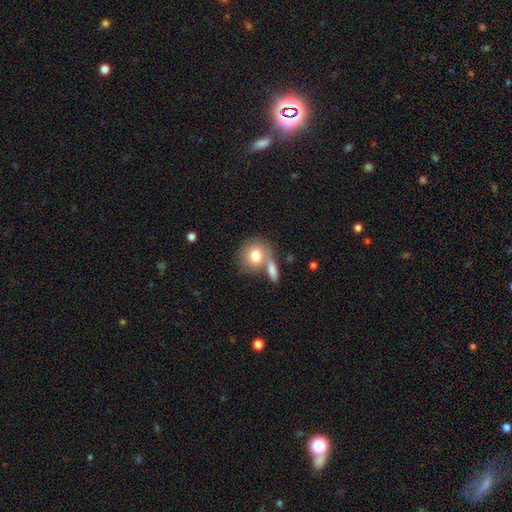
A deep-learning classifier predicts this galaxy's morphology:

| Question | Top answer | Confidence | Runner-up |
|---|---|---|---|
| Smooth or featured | smooth | 77% | featured or disk (16%) |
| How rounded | round | 70% | in between (28%) |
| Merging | none | 46% | merger (37%) |